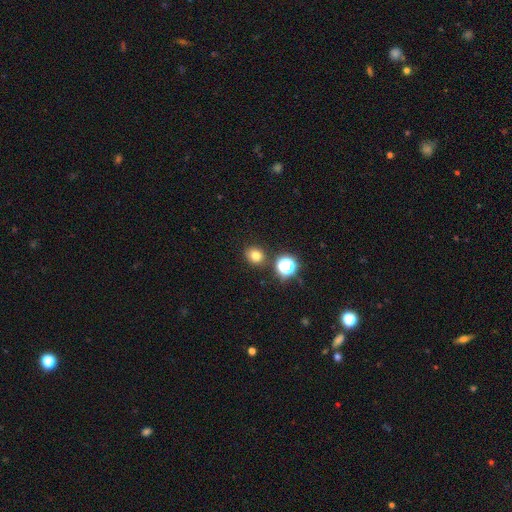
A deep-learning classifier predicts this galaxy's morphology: smooth_or_featured: smooth (p=0.75) [alt: star or artifact p=0.18]
how_rounded: round (p=0.75) [alt: in between p=0.24]
merging: none (p=0.85) [alt: minor disturbance p=0.08]